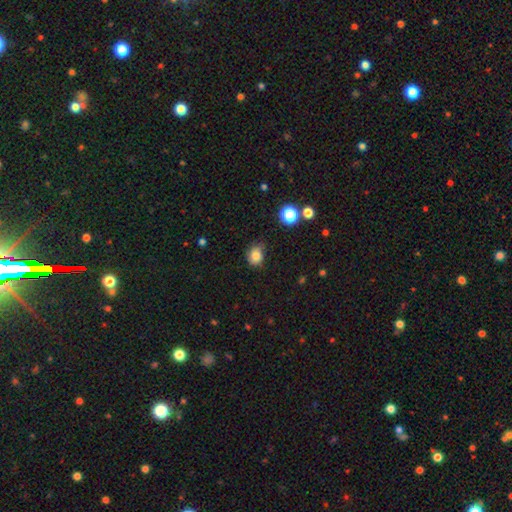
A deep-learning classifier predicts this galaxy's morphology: Smooth or featured? Predicted: smooth (p=0.81). How rounded? Predicted: round (p=0.58). Merging? Predicted: none (p=0.65).